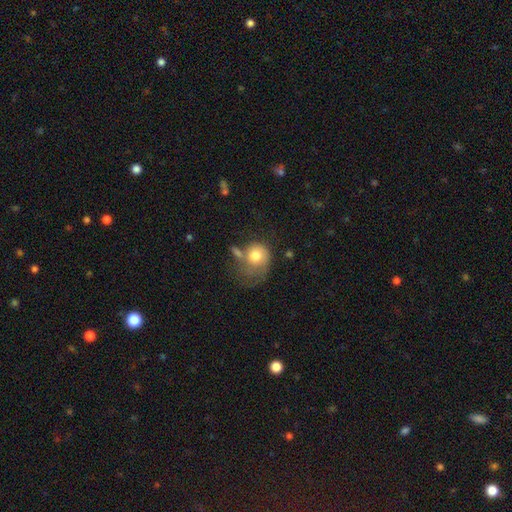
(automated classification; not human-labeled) A smooth galaxy with no disk features (70%) that is round (68%).

Vote fractions:
- Smooth or featured? smooth: 70% / featured or disk: 21% / star or artifact: 8%
- How rounded? round: 68% / in between: 31% / cigar-shaped: 1%
- Merging? major disturbance: 33% / none: 27% / minor disturbance: 23% / merger: 17%